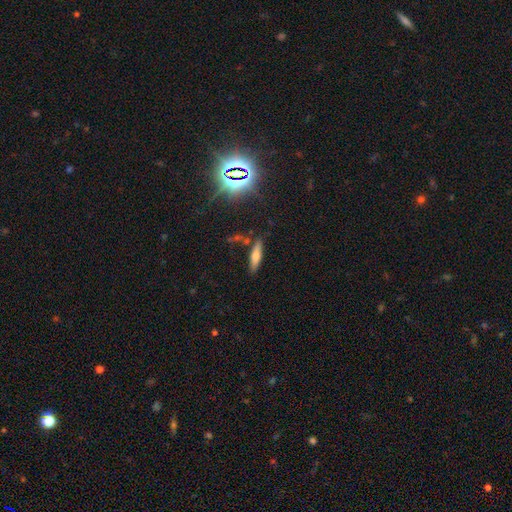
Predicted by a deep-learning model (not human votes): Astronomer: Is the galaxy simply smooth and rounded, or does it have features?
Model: smooth — 60%.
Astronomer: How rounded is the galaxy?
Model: cigar-shaped — 72%.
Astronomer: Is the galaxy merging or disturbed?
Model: none — 79%.